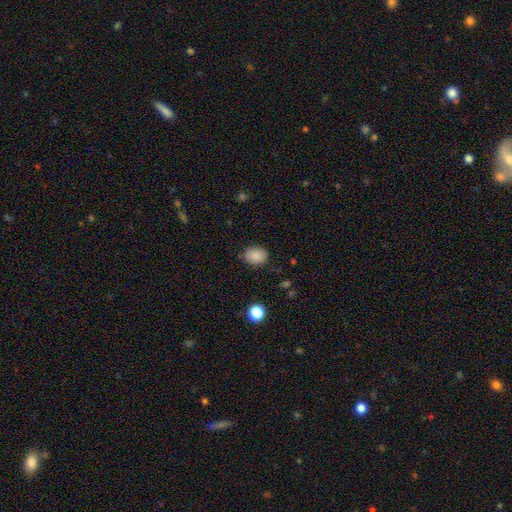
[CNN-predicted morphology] Smooth or featured? smooth (86%)
How rounded? round (56%)
Merging? none (82%)